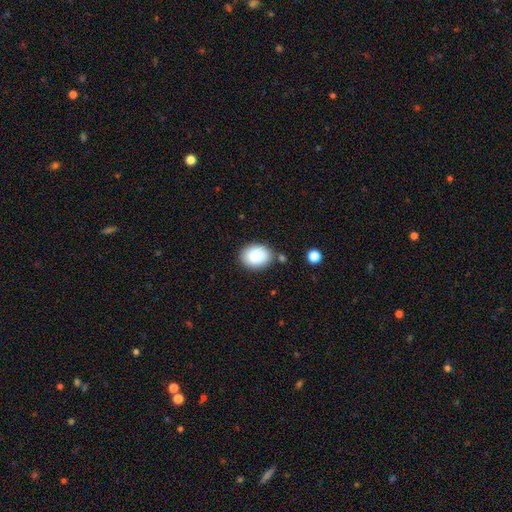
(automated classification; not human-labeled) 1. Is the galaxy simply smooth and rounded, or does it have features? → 81% smooth, 11% featured or disk, 8% star or artifact.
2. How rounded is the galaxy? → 58% in between, 41% round, 1% cigar-shaped.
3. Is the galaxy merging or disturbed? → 82% none, 11% minor disturbance, 5% merger, 3% major disturbance.